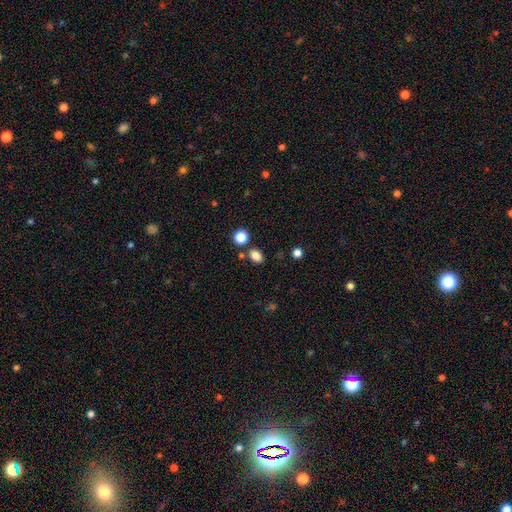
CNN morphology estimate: smooth_or_featured: smooth (p=0.84) [alt: star or artifact p=0.12]
how_rounded: in between (p=0.71) [alt: round p=0.28]
merging: none (p=0.77) [alt: minor disturbance p=0.11]